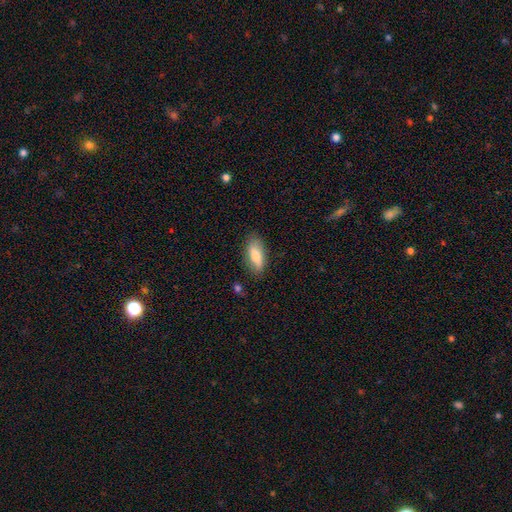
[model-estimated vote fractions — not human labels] Morphology: type=smooth (73%); roundness=in between (78%); merging=none (81%).